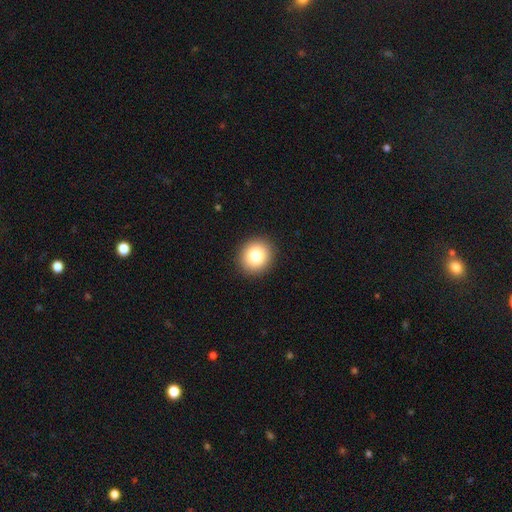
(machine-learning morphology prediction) This appears to be a smooth galaxy with no disk features (82%) that is round (86%). Merging: none (92%).